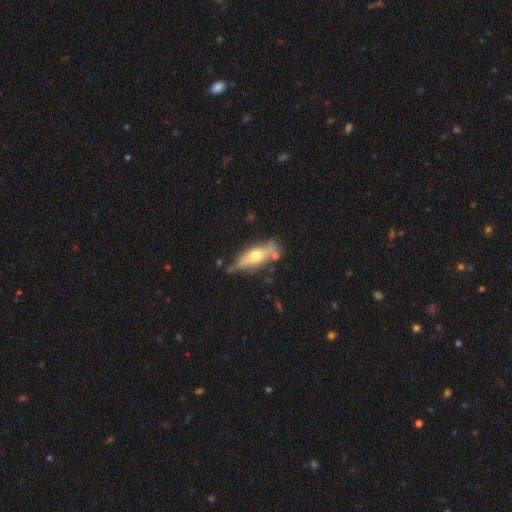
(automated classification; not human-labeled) featured or disk 50%, smooth 44%, star or artifact 6%. Down the decision tree: merging — none (61%).